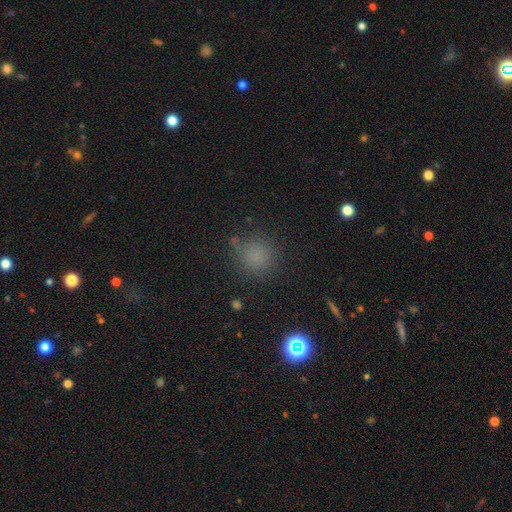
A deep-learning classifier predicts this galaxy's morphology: Overall: smooth (73%). How rounded: round (91%). Merging: none (79%).